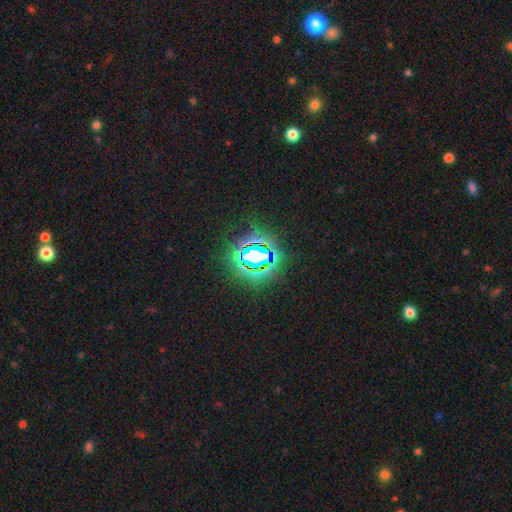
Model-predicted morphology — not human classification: Overall: star or artifact (73%).